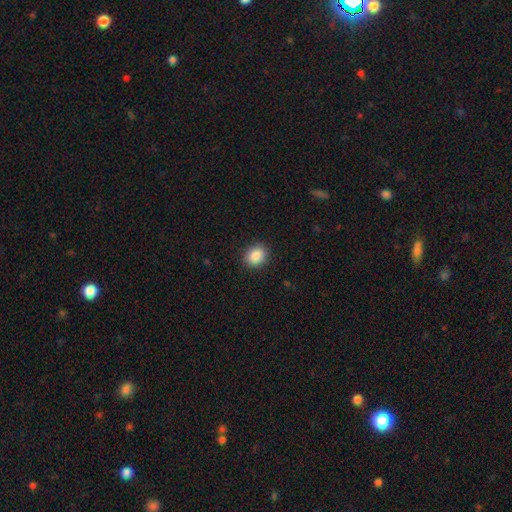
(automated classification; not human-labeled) This appears to be a smooth galaxy with no disk features (89%) that is in between round and cigar-shaped (51%). Merging: none (89%).